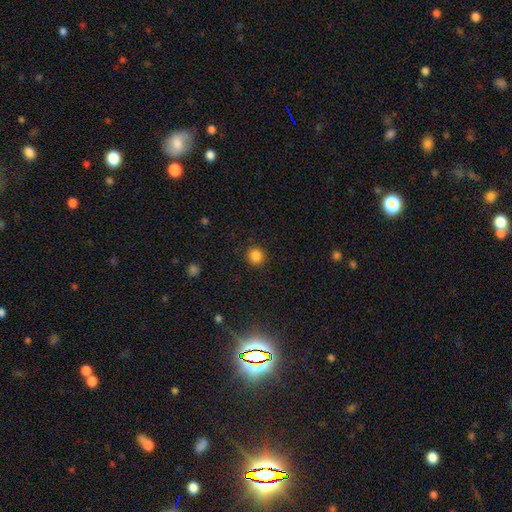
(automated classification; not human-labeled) A smooth galaxy with no disk features (85%) that is round (91%). Merging: none (90%).